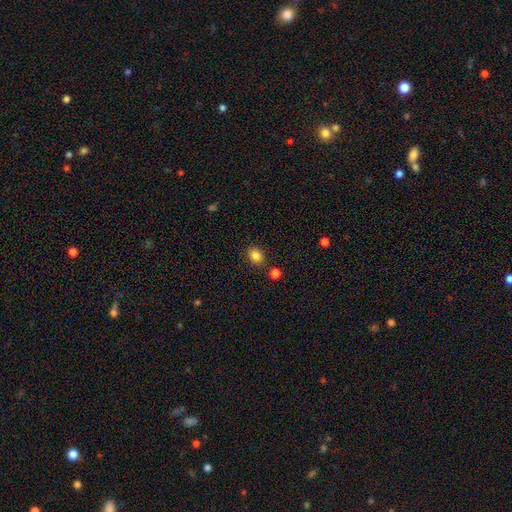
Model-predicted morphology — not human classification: smooth 83%, star or artifact 12%, featured or disk 5%. Down the decision tree: how rounded — round (59%); merging — none (83%).